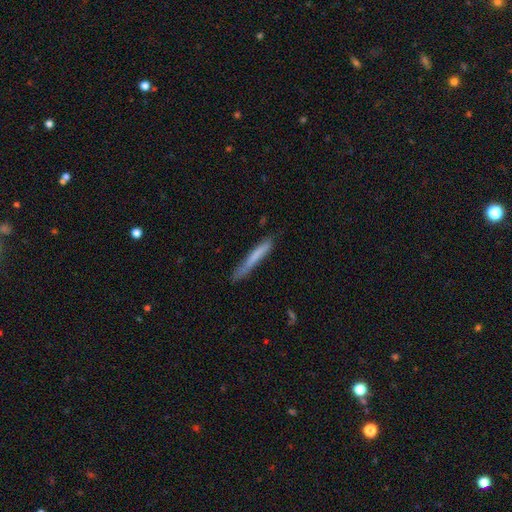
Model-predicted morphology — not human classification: This is likely a smooth galaxy (65%). How rounded: clearly cigar-shaped (96%). Merging: likely none (68%).